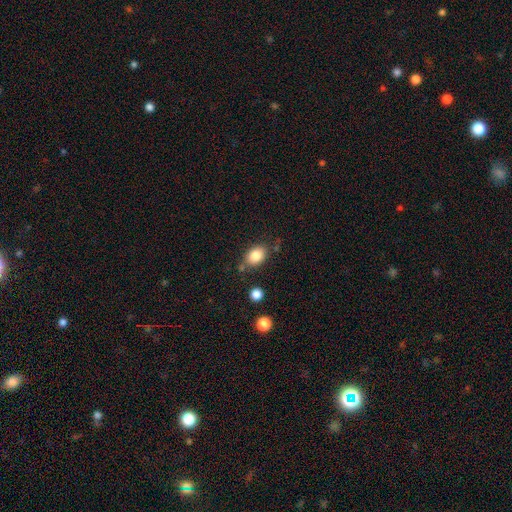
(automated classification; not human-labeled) smooth-or-featured: smooth: 84% | star or artifact: 9% | featured or disk: 7%
  how-rounded: in between: 75% | round: 24% | cigar-shaped: 1%
  merging: none: 72% | minor disturbance: 16% | merger: 7% | major disturbance: 4%